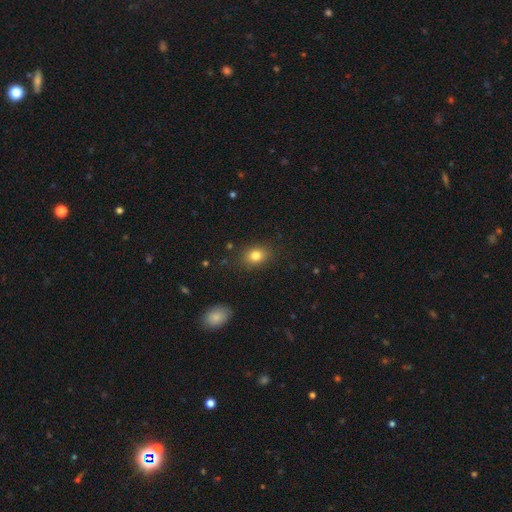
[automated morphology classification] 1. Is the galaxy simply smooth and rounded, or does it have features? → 81% smooth, 11% star or artifact, 8% featured or disk.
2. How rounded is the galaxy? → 59% in between, 40% round, 1% cigar-shaped.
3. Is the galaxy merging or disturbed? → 84% none, 11% minor disturbance, 3% major disturbance, 1% merger.